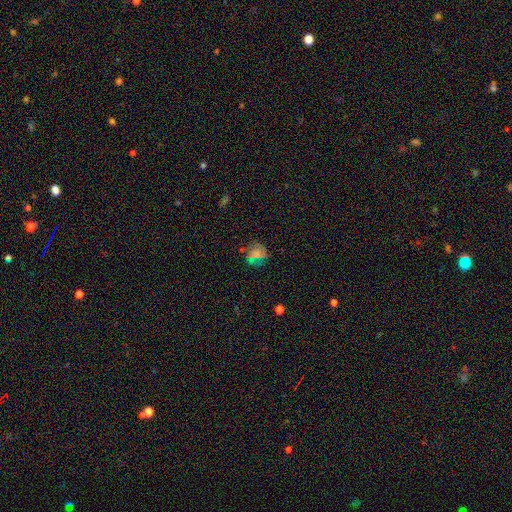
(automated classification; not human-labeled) Smooth or featured?
  - smooth: 51% *
  - featured or disk: 32%
  - star or artifact: 17%
How rounded?
  - round: 72% *
  - in between: 27%
  - cigar-shaped: 1%
Merging?
  - none: 60% *
  - minor disturbance: 22%
  - major disturbance: 15%
  - merger: 3%